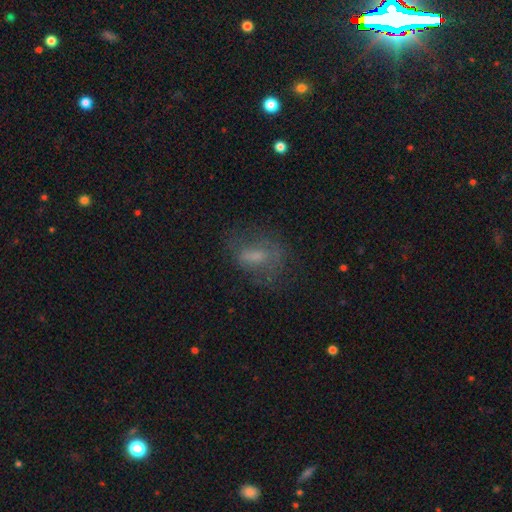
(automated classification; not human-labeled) Morphology: type=smooth (49%); merging=none (55%).